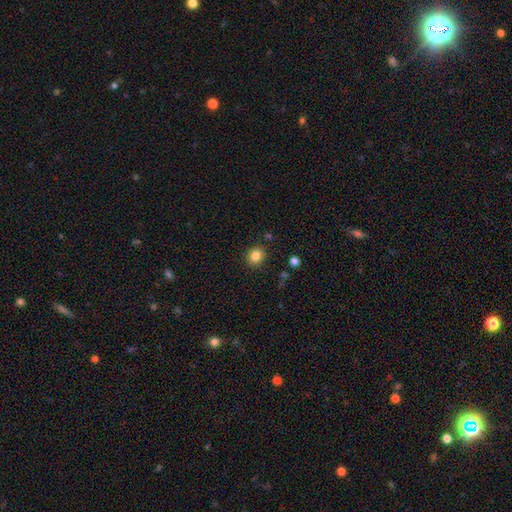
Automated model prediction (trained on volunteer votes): Overall: smooth (84%). How rounded: round (74%). Merging: none (88%).